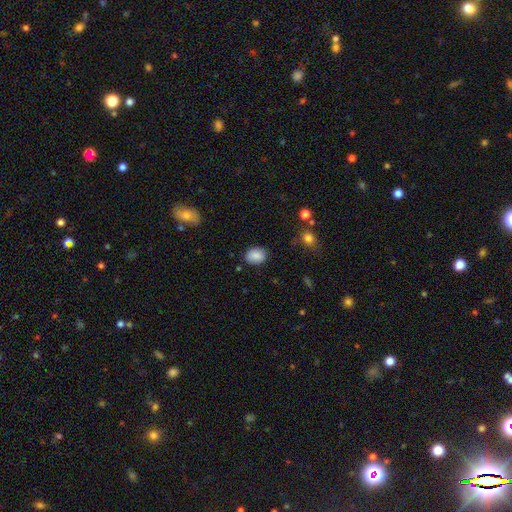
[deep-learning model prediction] Smooth or featured? Predicted: smooth (p=0.87). How rounded? Predicted: in between (p=0.59). Merging? Predicted: none (p=0.84).